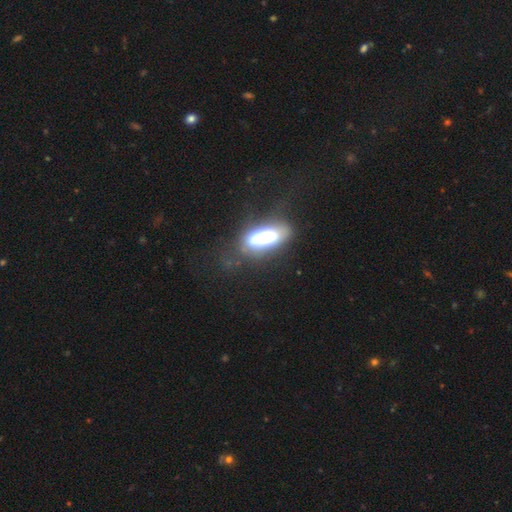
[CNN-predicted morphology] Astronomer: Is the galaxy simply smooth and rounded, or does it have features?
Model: smooth — 58%.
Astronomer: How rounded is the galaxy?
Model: in between — 61%.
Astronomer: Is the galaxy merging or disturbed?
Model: none — 40% (runner-up: major disturbance, 28%).